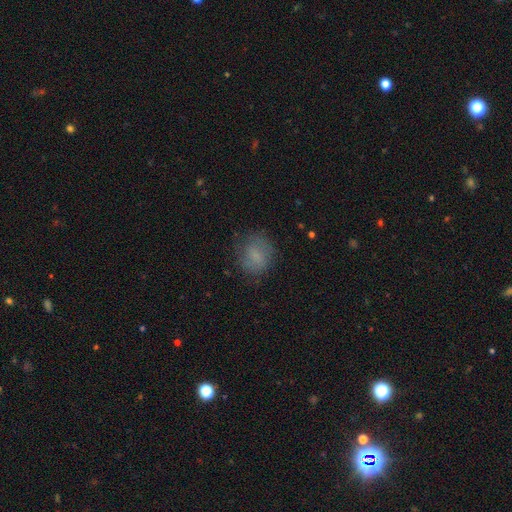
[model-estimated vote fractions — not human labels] smooth_or_featured: smooth (p=0.73) [alt: featured or disk p=0.17]
how_rounded: round (p=0.57) [alt: in between p=0.42]
merging: none (p=0.71) [alt: minor disturbance p=0.19]